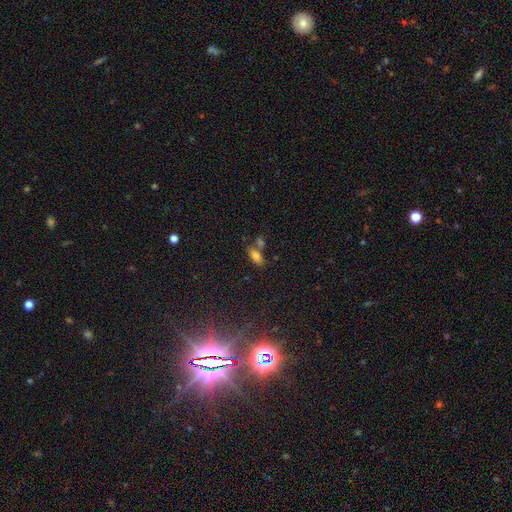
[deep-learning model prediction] This appears to be a smooth galaxy with no disk features (75%) that is in between round and cigar-shaped (85%). Merging: none (52%).